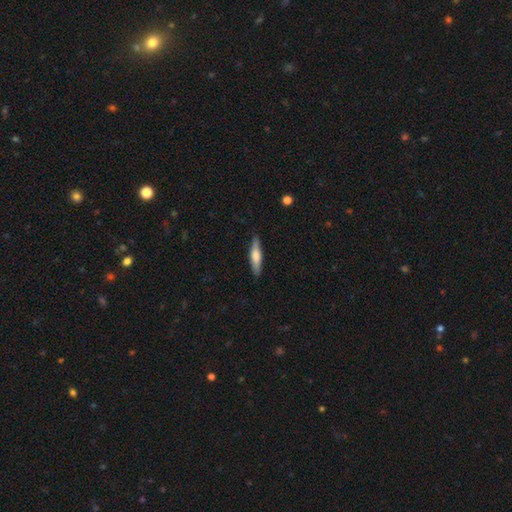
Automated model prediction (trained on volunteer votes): Smooth or featured? Predicted: smooth (p=0.57). How rounded? Predicted: cigar-shaped (p=0.82). Merging? Predicted: none (p=0.89).